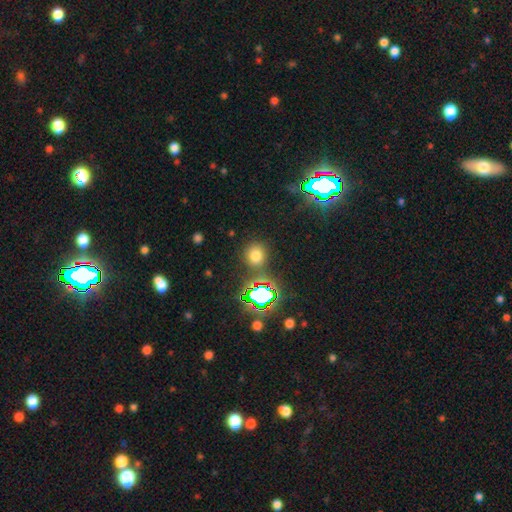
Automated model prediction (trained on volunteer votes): Smooth or featured?
  - smooth: 67% *
  - star or artifact: 26%
  - featured or disk: 7%
How rounded?
  - round: 85% *
  - in between: 14%
  - cigar-shaped: 1%
Merging?
  - none: 81% *
  - minor disturbance: 9%
  - merger: 6%
  - major disturbance: 4%